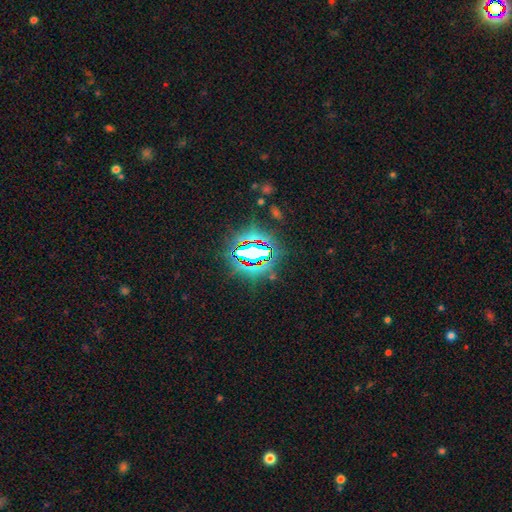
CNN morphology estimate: Smooth or featured? Predicted: star or artifact (p=0.80).